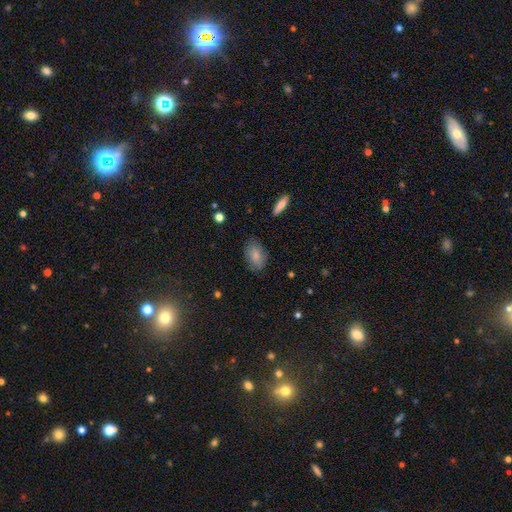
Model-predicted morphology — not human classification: Q: Smooth or featured?
A: smooth (80%); runner-up: featured or disk (13%)
Q: How rounded?
A: in between (90%); runner-up: round (7%)
Q: Merging?
A: none (79%); runner-up: minor disturbance (16%)